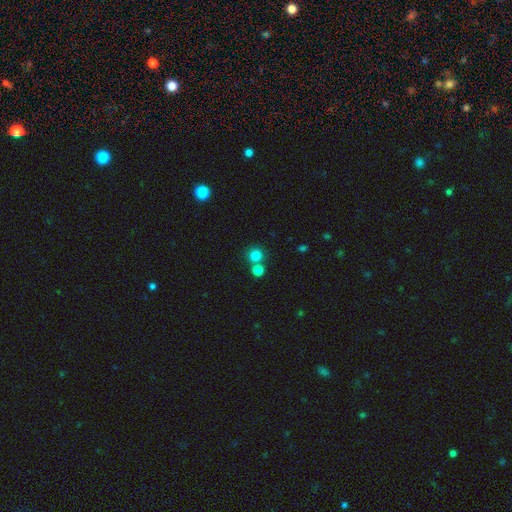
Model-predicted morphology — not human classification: The model was most divided on "merging": none: 64%, merger: 27%, minor disturbance: 7%, major disturbance: 3%. More confident: how rounded — round (90%); smooth or featured — smooth (80%).